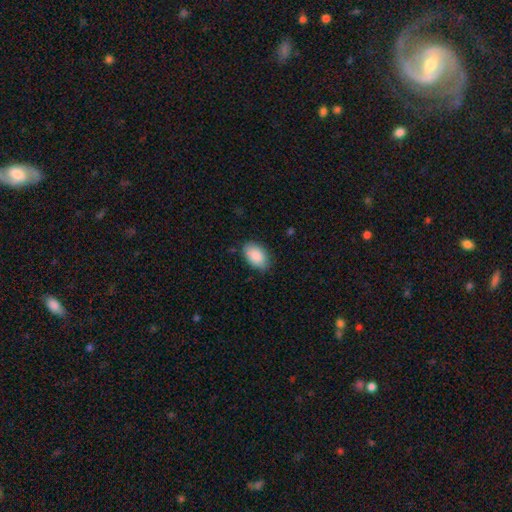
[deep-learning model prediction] smooth 90%, star or artifact 6%, featured or disk 4%. Down the decision tree: how rounded — in between (92%); merging — none (80%).